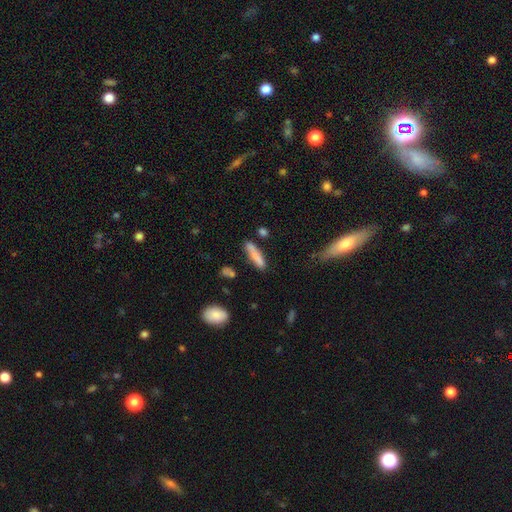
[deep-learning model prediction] Q: Smooth or featured?
A: smooth (81%); runner-up: featured or disk (12%)
Q: How rounded?
A: cigar-shaped (80%); runner-up: in between (18%)
Q: Merging?
A: none (73%); runner-up: minor disturbance (17%)